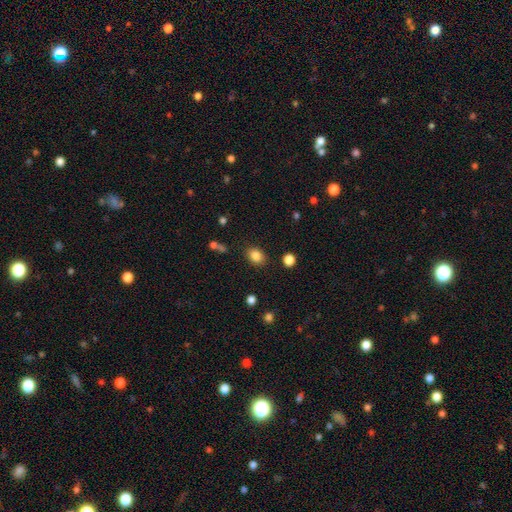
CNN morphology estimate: smooth 84%, star or artifact 11%, featured or disk 5%. Down the decision tree: how rounded — in between (59%); merging — none (84%).